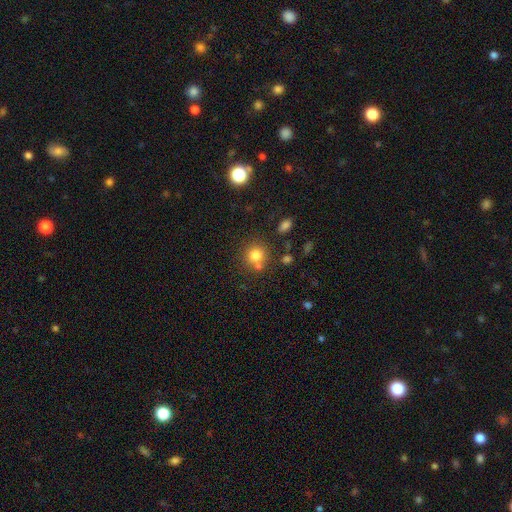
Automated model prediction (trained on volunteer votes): The model was most divided on "merging": none: 67%, merger: 19%, minor disturbance: 10%, major disturbance: 4%. More confident: how rounded — round (88%); smooth or featured — smooth (78%).